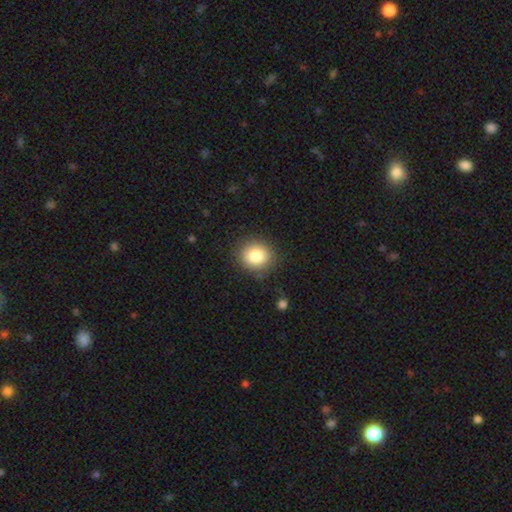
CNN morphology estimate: smooth 83%, star or artifact 10%, featured or disk 7%. Down the decision tree: how rounded — round (82%); merging — none (88%).